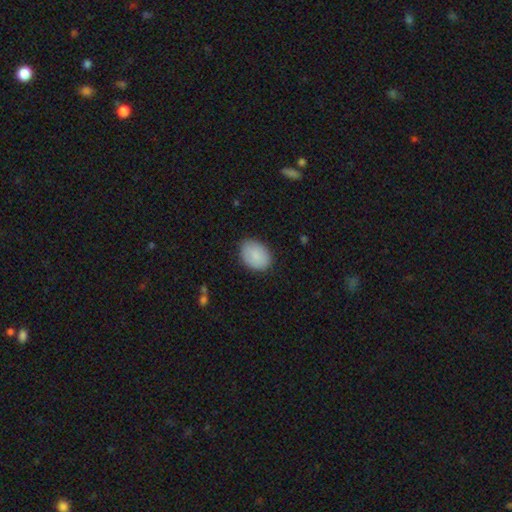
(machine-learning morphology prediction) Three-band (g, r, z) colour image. It shows a smooth galaxy with no disk features (88%) that is in between round and cigar-shaped (73%). Merging: none (85%).